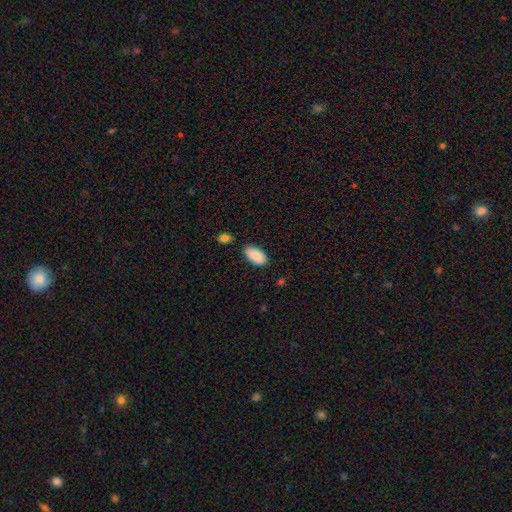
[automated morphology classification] Q: Smooth or featured?
A: smooth (88%); runner-up: star or artifact (6%)
Q: How rounded?
A: in between (95%); runner-up: round (3%)
Q: Merging?
A: none (80%); runner-up: minor disturbance (14%)